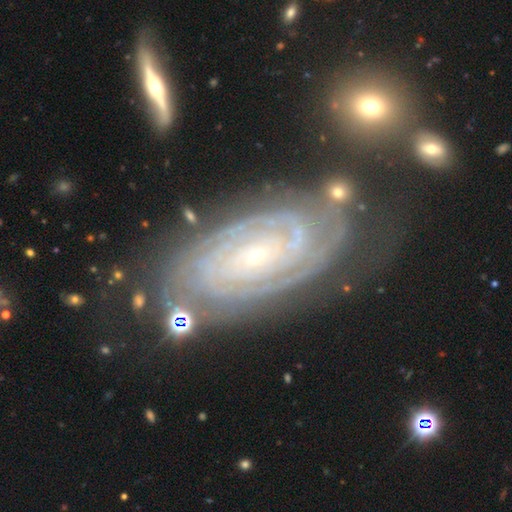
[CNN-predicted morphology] Smooth or featured: featured or disk — 90% (star or artifact — 6%)
Edge-on disk: no — 95% (yes — 5%)
Bar: no — 63% (weak — 25%)
Spiral arms: yes — 98% (no — 2%)
Spiral winding: tight — 84% (medium — 14%)
Spiral arm count: 2 — 26% (can't tell — 25%)
Bulge size: small — 79% (moderate — 16%)
Merging: none — 66% (minor disturbance — 20%)